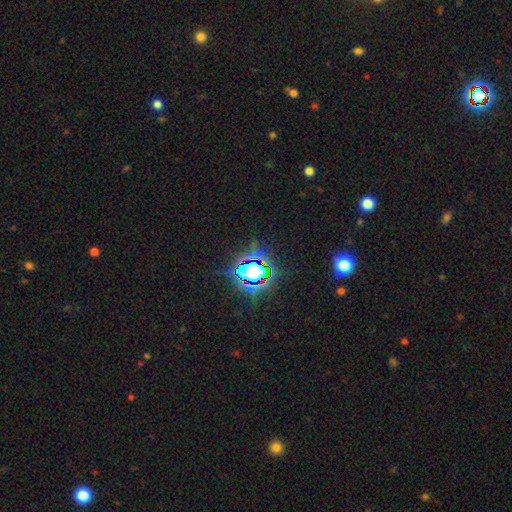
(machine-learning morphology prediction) Smooth or featured? Predicted: star or artifact (p=0.84).